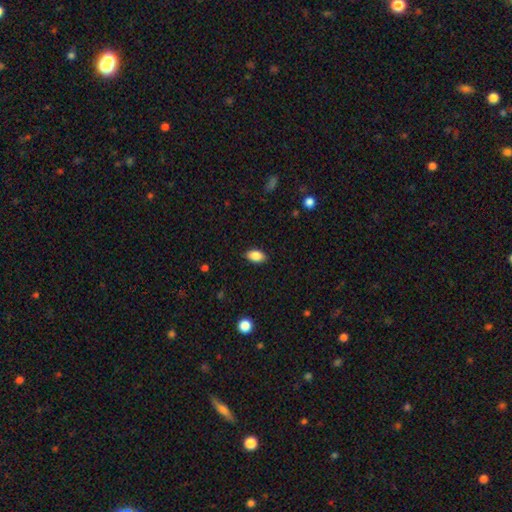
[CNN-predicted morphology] Smooth or featured? Predicted: smooth (p=0.87). How rounded? Predicted: in between (p=0.91). Merging? Predicted: none (p=0.88).